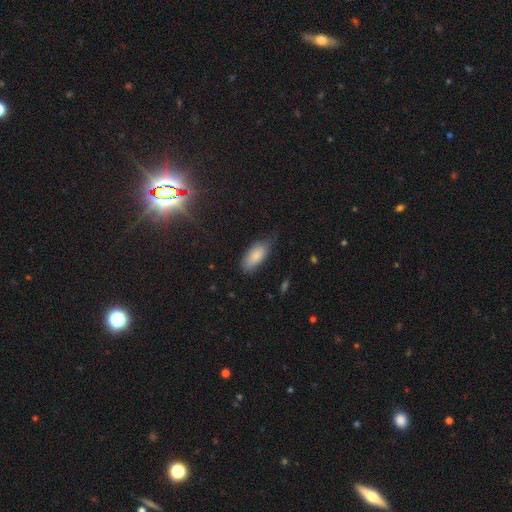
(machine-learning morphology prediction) smooth 85%, featured or disk 8%, star or artifact 7%. Down the decision tree: how rounded — in between (87%); merging — none (60%).